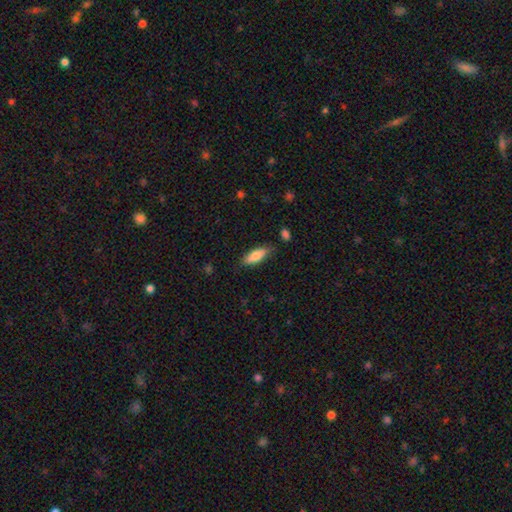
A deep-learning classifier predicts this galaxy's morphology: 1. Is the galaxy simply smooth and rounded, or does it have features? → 77% smooth, 17% featured or disk, 6% star or artifact.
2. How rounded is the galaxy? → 66% in between, 32% cigar-shaped, 2% round.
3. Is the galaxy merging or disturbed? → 77% none, 17% minor disturbance, 3% major disturbance, 2% merger.